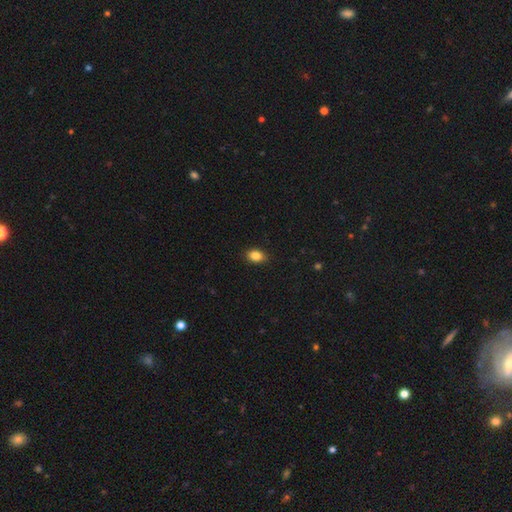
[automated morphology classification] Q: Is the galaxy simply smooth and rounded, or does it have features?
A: smooth — 85%.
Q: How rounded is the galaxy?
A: in between — 79%.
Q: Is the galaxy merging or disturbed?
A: none — 88%.